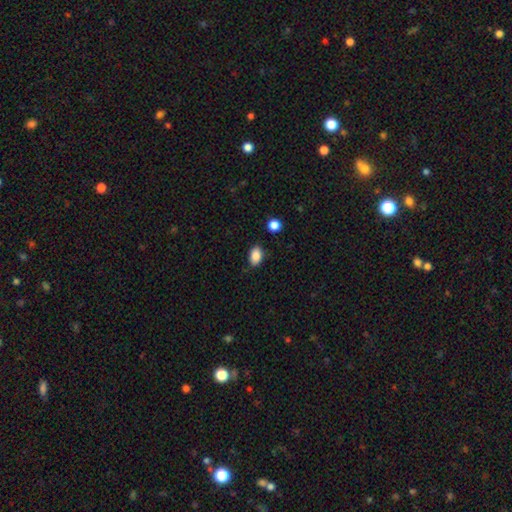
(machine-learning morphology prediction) This appears to be a smooth galaxy with no disk features (88%) that is in between round and cigar-shaped (86%). Merging: none (84%).